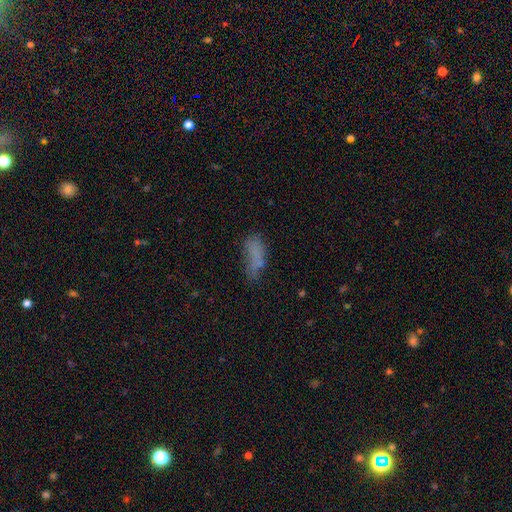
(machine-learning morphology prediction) A smooth galaxy with no disk features (66%) that is in between round and cigar-shaped (77%).

Vote fractions:
- Smooth or featured? smooth: 66% / featured or disk: 19% / star or artifact: 15%
- How rounded? in between: 77% / cigar-shaped: 19% / round: 4%
- Merging? none: 37% / minor disturbance: 27% / major disturbance: 25% / merger: 11%